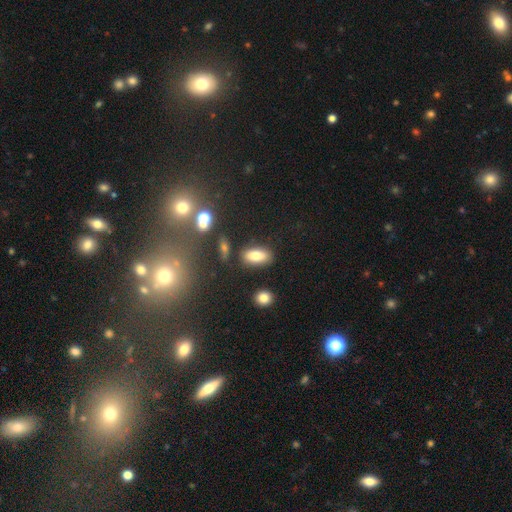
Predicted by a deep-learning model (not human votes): Smooth or featured? smooth (78%)
How rounded? in between (87%)
Merging? none (82%)